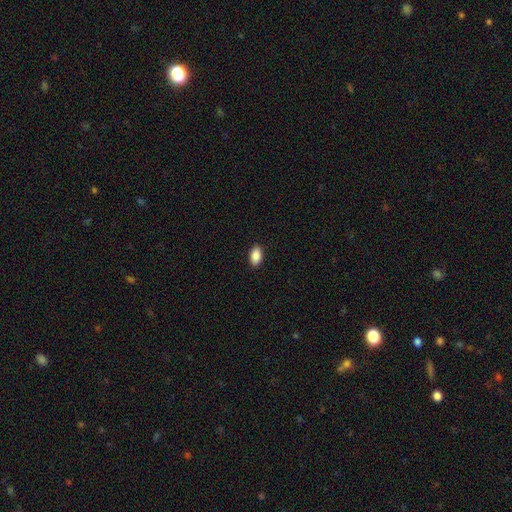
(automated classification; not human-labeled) Morphology: type=smooth (89%); roundness=in between (93%); merging=none (90%).